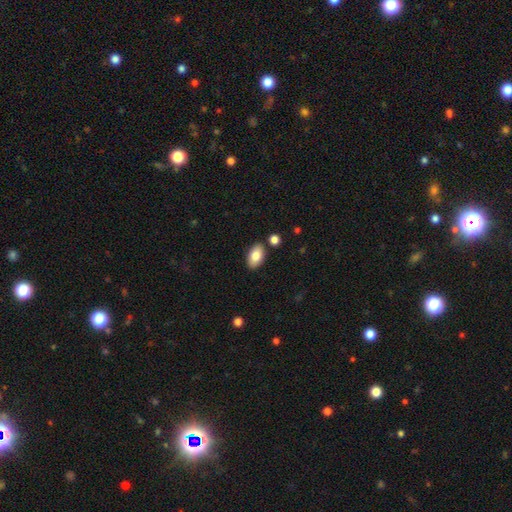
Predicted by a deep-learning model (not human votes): Smooth or featured? Predicted: smooth (p=0.82). How rounded? Predicted: in between (p=0.94). Merging? Predicted: none (p=0.85).